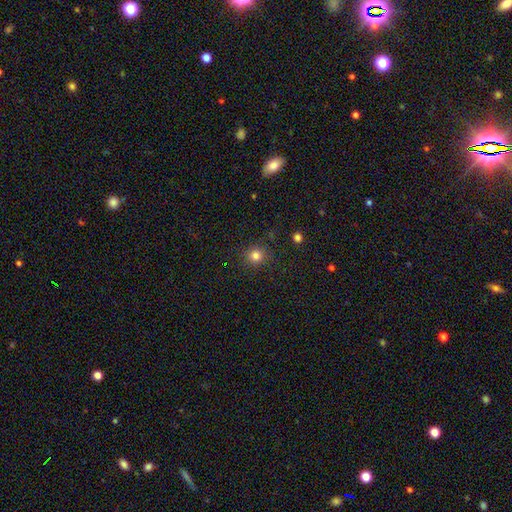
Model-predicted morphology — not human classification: A smooth galaxy with no disk features (81%) that is round (92%). Merging: none (88%).